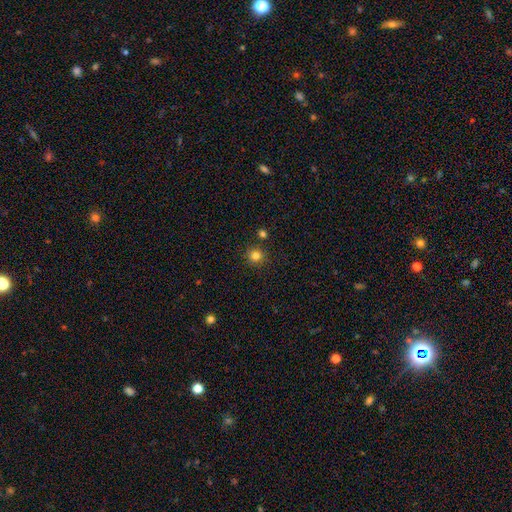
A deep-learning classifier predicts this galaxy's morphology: Smooth or featured? Predicted: smooth (p=0.82). How rounded? Predicted: round (p=0.94). Merging? Predicted: none (p=0.88).